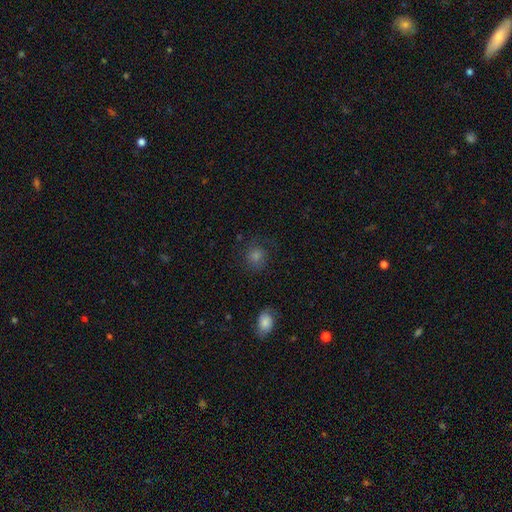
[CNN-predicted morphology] smooth-or-featured: smooth: 58% | star or artifact: 25% | featured or disk: 17%
  how-rounded: round: 84% | in between: 15% | cigar-shaped: 1%
  merging: none: 77% | minor disturbance: 14% | major disturbance: 7% | merger: 2%